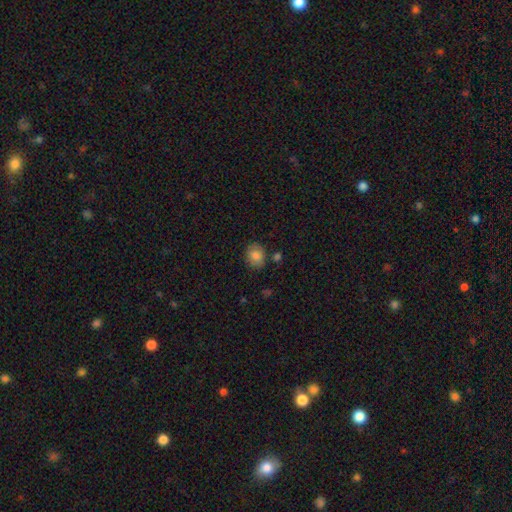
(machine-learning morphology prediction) smooth 82%, featured or disk 9%, star or artifact 9%. Down the decision tree: how rounded — round (54%); merging — none (82%).